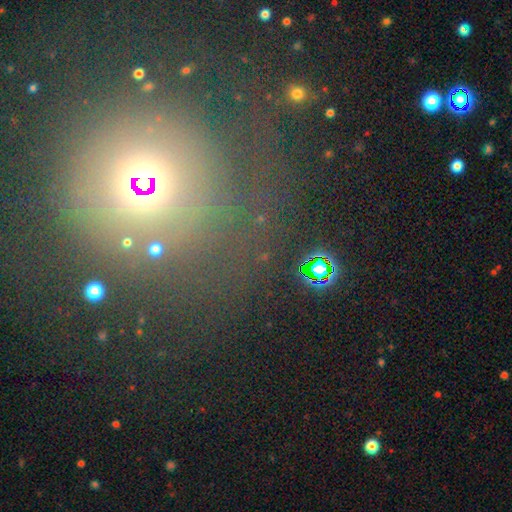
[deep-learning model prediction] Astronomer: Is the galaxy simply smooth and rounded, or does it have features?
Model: star or artifact — 49% (runner-up: smooth, 30%).